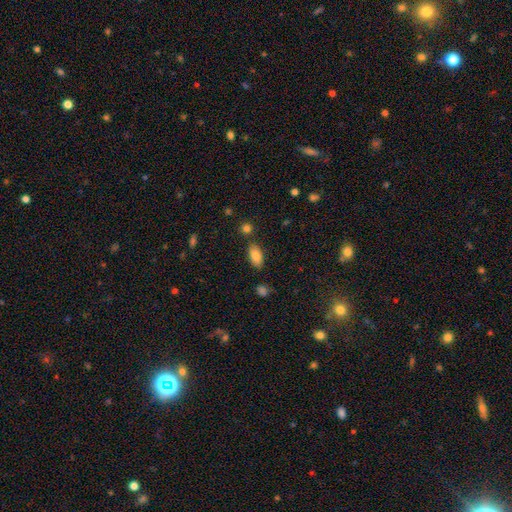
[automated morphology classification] Smooth or featured? Predicted: smooth (p=0.85). How rounded? Predicted: in between (p=0.92). Merging? Predicted: none (p=0.81).